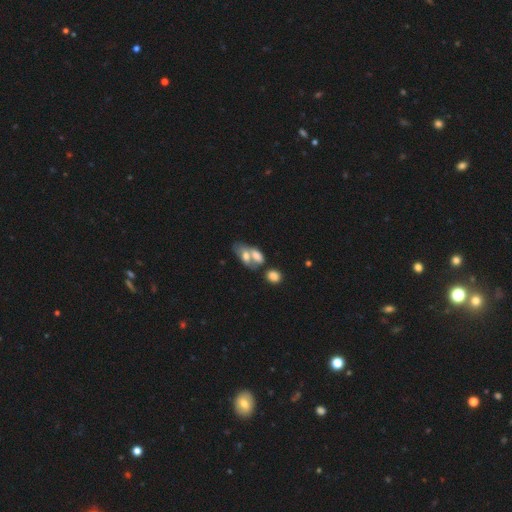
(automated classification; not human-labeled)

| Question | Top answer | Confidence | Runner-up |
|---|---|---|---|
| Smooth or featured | smooth | 60% | featured or disk (31%) |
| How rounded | in between | 85% | round (8%) |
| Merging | merger | 62% | none (21%) |